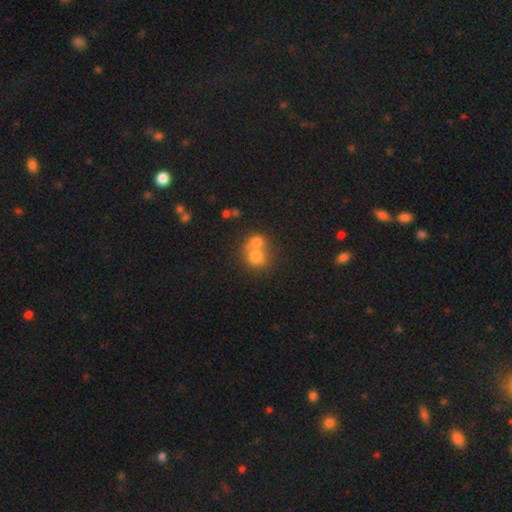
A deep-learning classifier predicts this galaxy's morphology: Smooth or featured: smooth — 71% (featured or disk — 18%)
How rounded: round — 75% (in between — 24%)
Merging: merger — 63% (none — 27%)